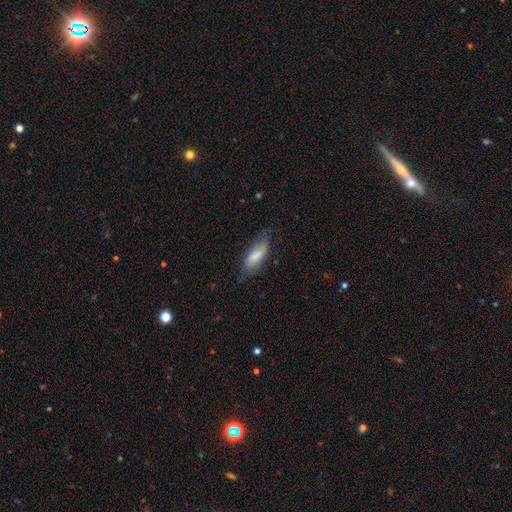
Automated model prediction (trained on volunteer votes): Q: Smooth or featured?
A: smooth (72%); runner-up: featured or disk (21%)
Q: How rounded?
A: in between (69%); runner-up: cigar-shaped (28%)
Q: Merging?
A: none (61%); runner-up: minor disturbance (29%)